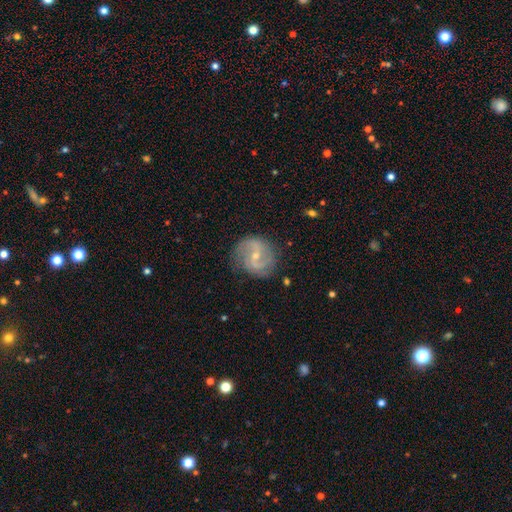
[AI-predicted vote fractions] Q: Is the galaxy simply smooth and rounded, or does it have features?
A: featured or disk — 83%.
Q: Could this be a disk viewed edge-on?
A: no — 98%.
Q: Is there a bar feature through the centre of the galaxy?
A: weak — 51%.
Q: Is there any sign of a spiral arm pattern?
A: yes — 94%.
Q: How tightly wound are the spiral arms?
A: medium — 47%.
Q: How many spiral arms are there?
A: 2 — 87%.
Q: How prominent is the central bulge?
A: small — 66%.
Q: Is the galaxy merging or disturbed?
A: none — 78%.